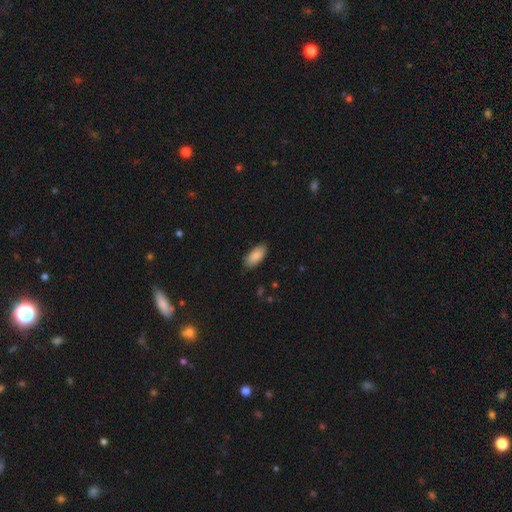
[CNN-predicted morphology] A smooth galaxy with no disk features (89%) that is in between round and cigar-shaped (90%). Merging: none (86%).